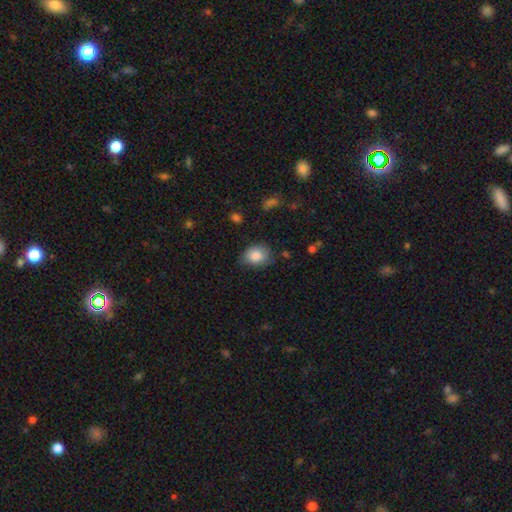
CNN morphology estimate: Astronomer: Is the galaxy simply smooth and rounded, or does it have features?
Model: smooth — 82%.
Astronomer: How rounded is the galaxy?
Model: in between — 61% (runner-up: round, 38%).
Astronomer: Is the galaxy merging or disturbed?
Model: none — 68%.